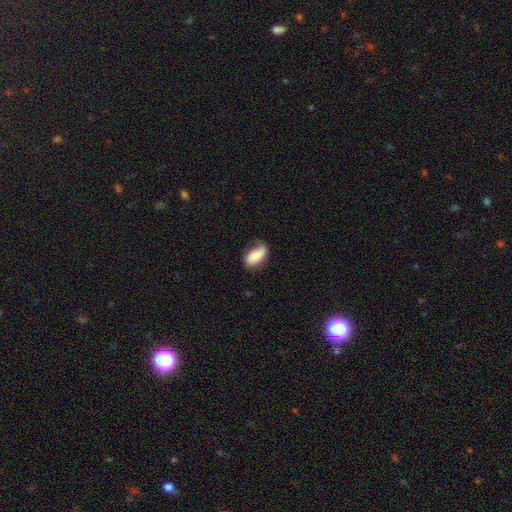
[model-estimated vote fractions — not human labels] This appears to be a smooth galaxy with no disk features (79%) that is in between round and cigar-shaped (92%). Merging: none (56%).